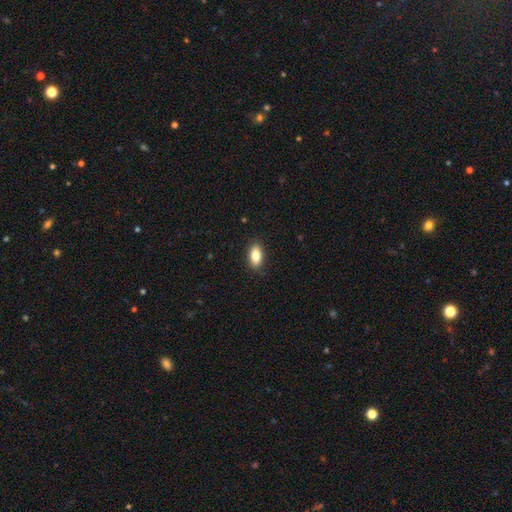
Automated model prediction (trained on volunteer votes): Smooth or featured? smooth (83%)
How rounded? in between (90%)
Merging? none (87%)